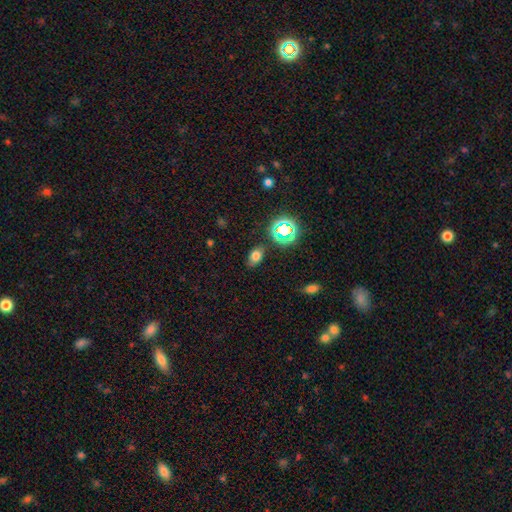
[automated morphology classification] Smooth or featured?
  - smooth: 69% *
  - star or artifact: 21%
  - featured or disk: 10%
How rounded?
  - in between: 82% *
  - round: 17%
  - cigar-shaped: 2%
Merging?
  - none: 81% *
  - minor disturbance: 13%
  - major disturbance: 4%
  - merger: 2%